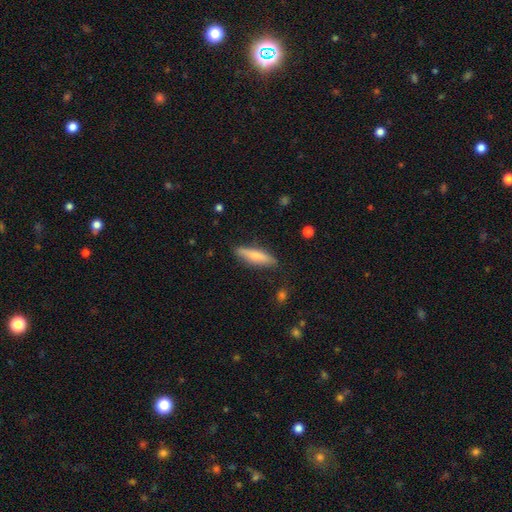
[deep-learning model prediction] Smooth or featured? Predicted: smooth (p=0.68). How rounded? Predicted: cigar-shaped (p=0.71). Merging? Predicted: none (p=0.85).